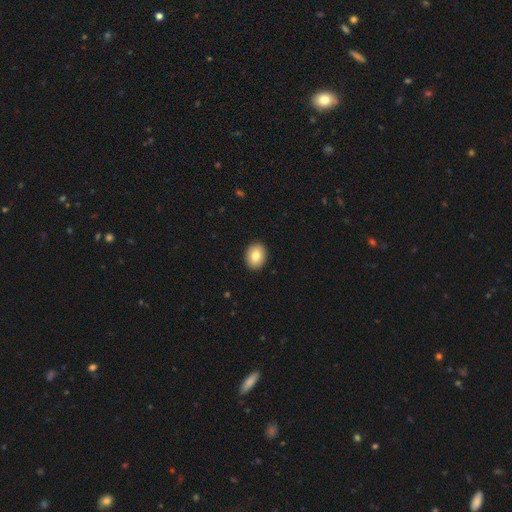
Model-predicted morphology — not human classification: Smooth or featured? smooth (81%)
How rounded? in between (61%)
Merging? none (92%)